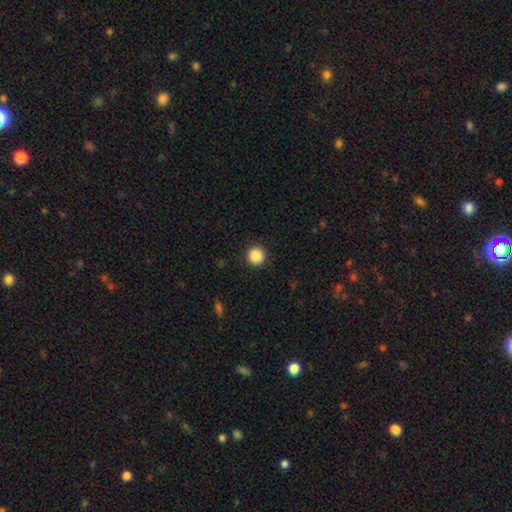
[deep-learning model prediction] This appears to be a smooth galaxy with no disk features (88%) that is round (95%). Merging: none (92%).